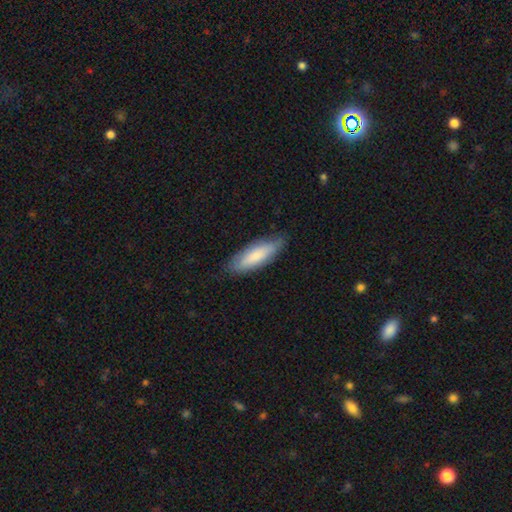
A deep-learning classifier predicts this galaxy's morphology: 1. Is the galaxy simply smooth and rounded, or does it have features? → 78% smooth, 17% featured or disk, 5% star or artifact.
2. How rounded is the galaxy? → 50% in between, 48% cigar-shaped, 2% round.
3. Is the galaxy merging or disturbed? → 82% none, 15% minor disturbance, 3% major disturbance, 1% merger.